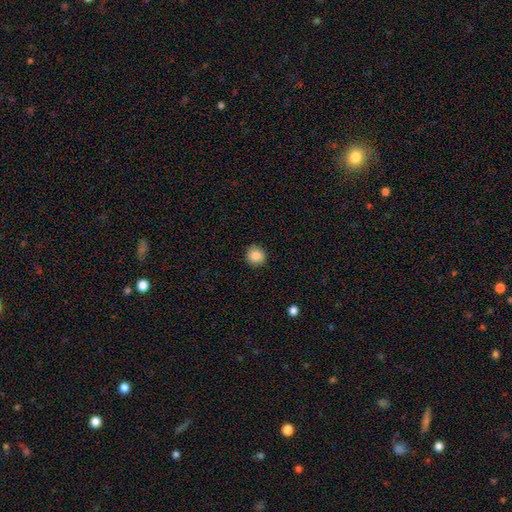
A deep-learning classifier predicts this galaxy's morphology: Smooth or featured?
  - smooth: 86% *
  - star or artifact: 9%
  - featured or disk: 4%
How rounded?
  - round: 91% *
  - in between: 9%
  - cigar-shaped: 1%
Merging?
  - none: 89% *
  - minor disturbance: 8%
  - major disturbance: 2%
  - merger: 1%